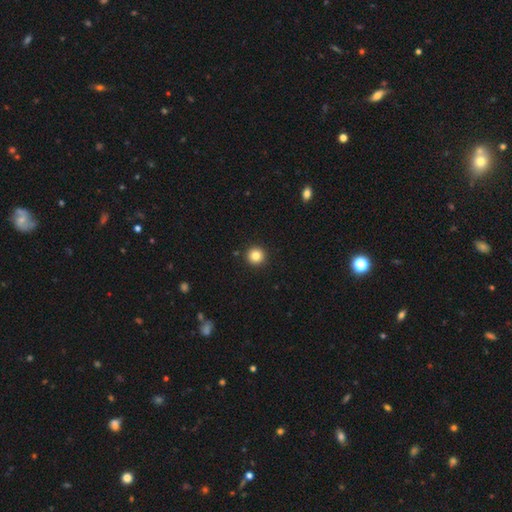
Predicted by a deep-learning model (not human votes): Q: Smooth or featured?
A: smooth (83%); runner-up: star or artifact (11%)
Q: How rounded?
A: round (96%); runner-up: in between (3%)
Q: Merging?
A: none (93%); runner-up: minor disturbance (4%)